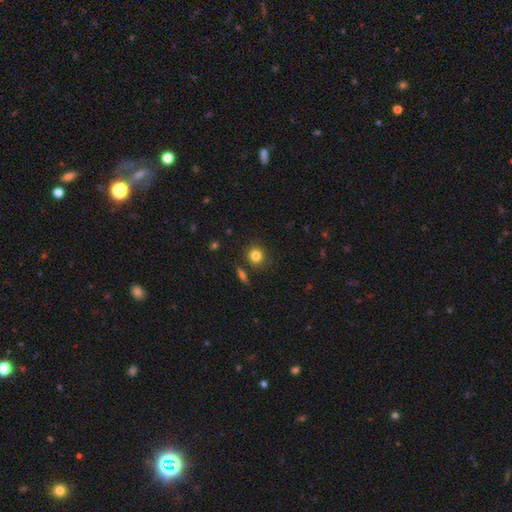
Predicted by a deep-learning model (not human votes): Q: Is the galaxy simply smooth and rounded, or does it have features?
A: smooth — 83%.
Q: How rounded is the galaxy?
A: round — 86%.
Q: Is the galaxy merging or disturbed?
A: none — 84%.